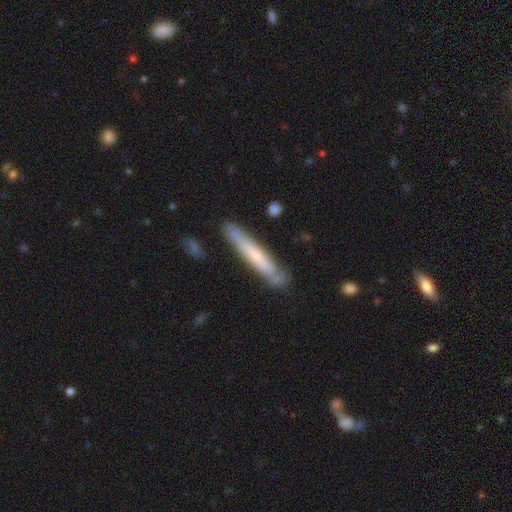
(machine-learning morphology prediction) smooth_or_featured: smooth (p=0.51) [alt: featured or disk p=0.43]
how_rounded: cigar-shaped (p=0.93) [alt: in between p=0.06]
merging: none (p=0.75) [alt: minor disturbance p=0.18]